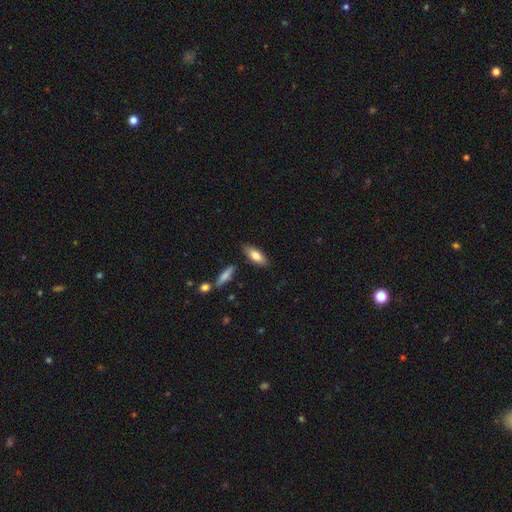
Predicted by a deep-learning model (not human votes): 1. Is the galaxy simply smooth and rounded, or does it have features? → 78% smooth, 15% featured or disk, 6% star or artifact.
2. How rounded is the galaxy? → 74% in between, 24% cigar-shaped, 2% round.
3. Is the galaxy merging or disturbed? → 83% none, 12% minor disturbance, 3% merger, 2% major disturbance.